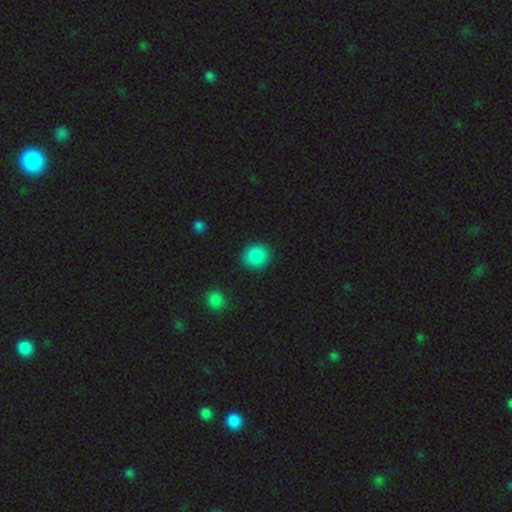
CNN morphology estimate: type=smooth (88%); roundness=round (79%); merging=none (89%).